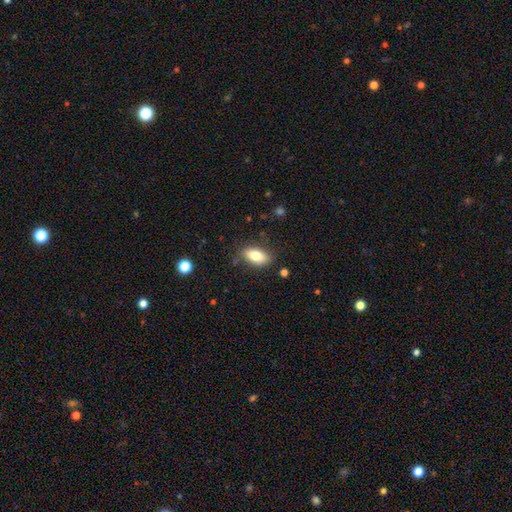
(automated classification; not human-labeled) Morphology: type=smooth (82%); roundness=in between (88%); merging=none (80%).